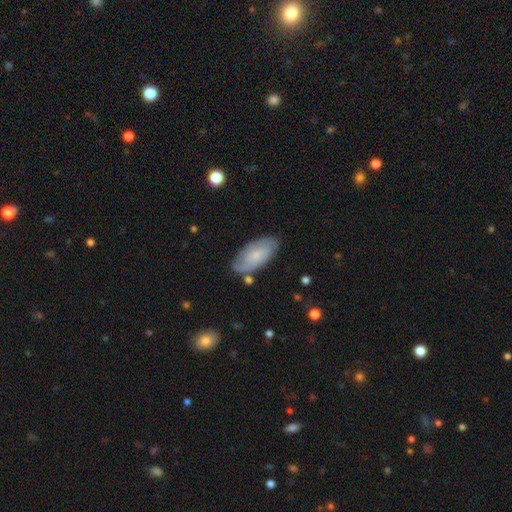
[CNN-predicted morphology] Overall: smooth (50%; featured or disk 43%). How rounded: in between (90%). Merging: none (75%).